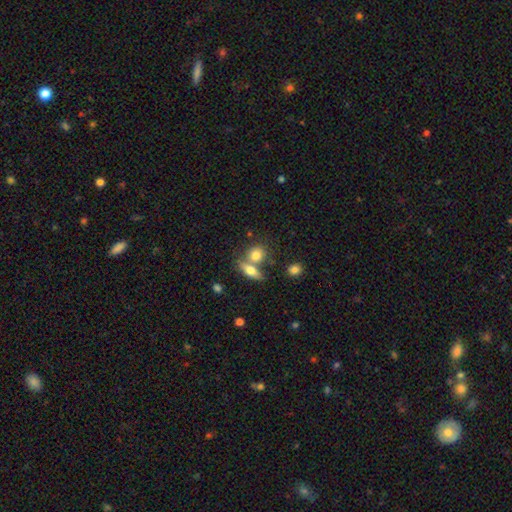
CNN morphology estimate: type=smooth (74%); roundness=round (51%); merging=none (46%).